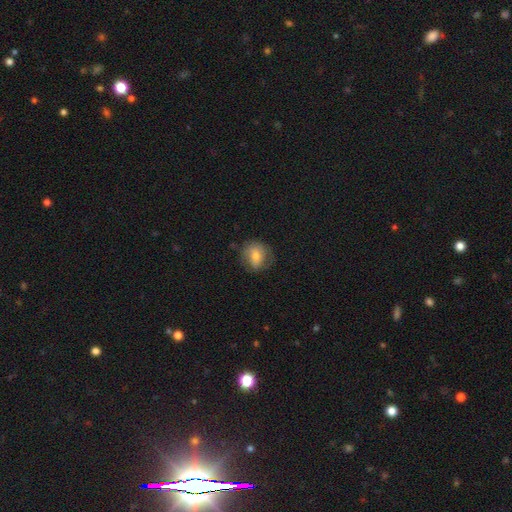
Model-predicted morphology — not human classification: A smooth galaxy with no disk features (68%) that is round (72%). Merging: none (71%).